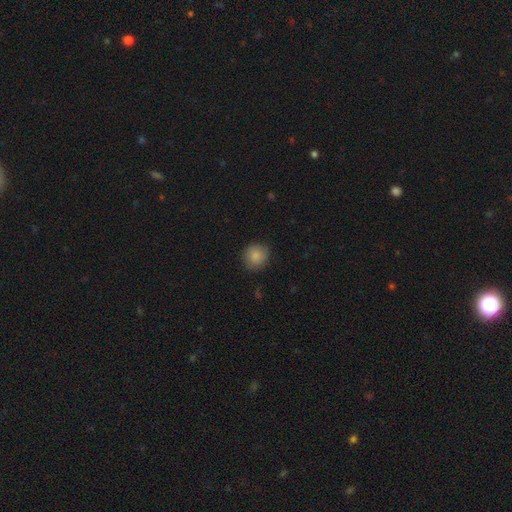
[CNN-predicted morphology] smooth 86%, star or artifact 8%, featured or disk 6%. Down the decision tree: how rounded — round (88%); merging — none (84%).